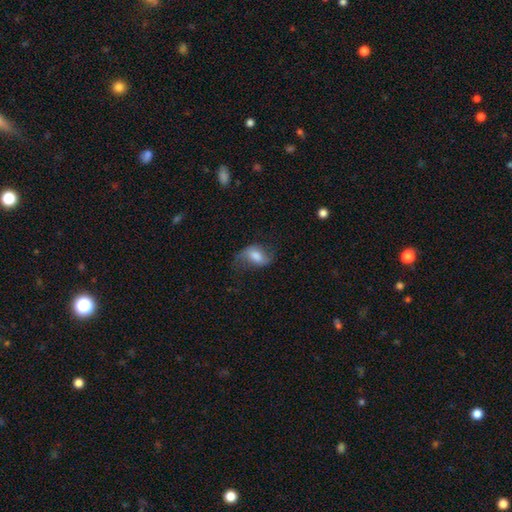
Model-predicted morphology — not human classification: Smooth or featured?
  - smooth: 49% *
  - featured or disk: 43%
  - star or artifact: 8%
Merging?
  - none: 54% *
  - minor disturbance: 25%
  - major disturbance: 20%
  - merger: 2%